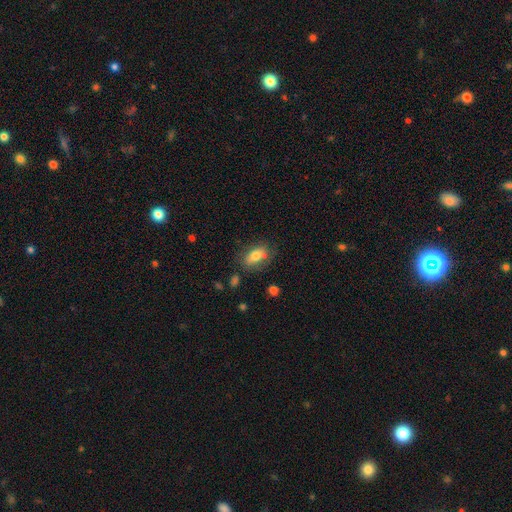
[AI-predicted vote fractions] Morphology: type=smooth (73%); roundness=in between (87%); merging=none (68%).